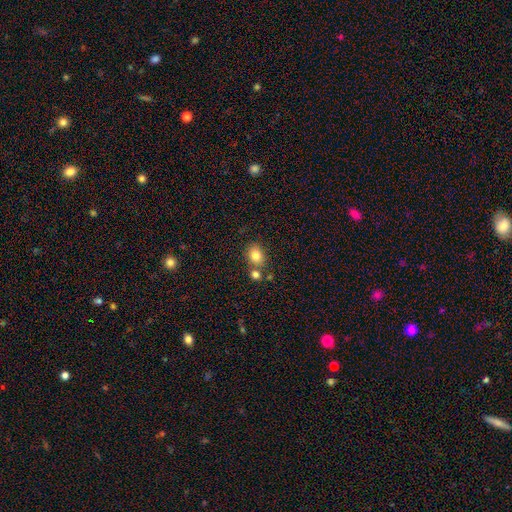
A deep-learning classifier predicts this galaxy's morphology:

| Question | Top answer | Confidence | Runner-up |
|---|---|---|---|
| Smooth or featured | smooth | 82% | star or artifact (10%) |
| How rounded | in between | 54% | round (45%) |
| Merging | none | 63% | merger (21%) |